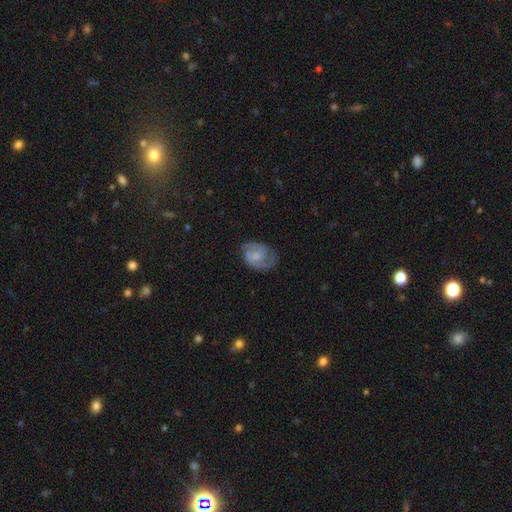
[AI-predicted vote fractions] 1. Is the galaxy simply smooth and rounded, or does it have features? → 63% featured or disk, 31% smooth, 7% star or artifact.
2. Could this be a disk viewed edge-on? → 97% no, 3% yes.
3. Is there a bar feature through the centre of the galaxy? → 62% no, 33% weak, 5% strong.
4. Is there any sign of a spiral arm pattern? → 85% yes, 15% no.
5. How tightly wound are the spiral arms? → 47% medium, 32% tight, 21% loose.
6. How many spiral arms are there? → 73% 2, 14% can't tell, 7% 1, 3% 3, 1% 4, 1% more than 4.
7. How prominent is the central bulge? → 45% small, 33% moderate, 17% none, 4% large, 1% dominant.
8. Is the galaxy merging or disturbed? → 60% none, 25% minor disturbance, 14% major disturbance, 2% merger.